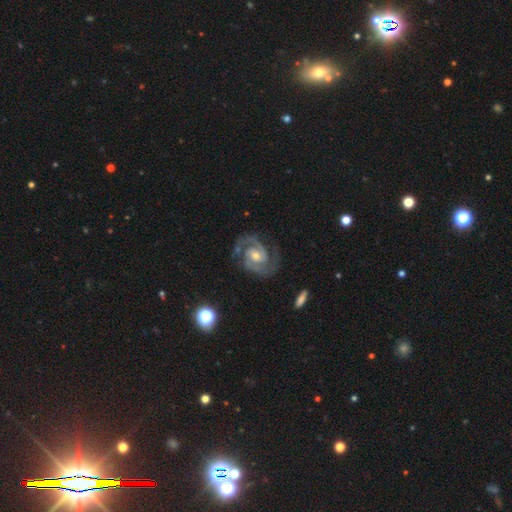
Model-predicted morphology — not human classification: smooth_or_featured: featured or disk (p=0.92) [alt: star or artifact p=0.05]
disk_edge_on: no (p=0.98) [alt: yes p=0.02]
bar: no (p=0.46) [alt: weak p=0.39]
has_spiral_arms: yes (p=0.99) [alt: no p=0.01]
spiral_winding: medium (p=0.50) [alt: tight p=0.43]
spiral_arm_count: 2 (p=0.93) [alt: 3 p=0.02]
bulge_size: moderate (p=0.54) [alt: small p=0.41]
merging: none (p=0.82) [alt: minor disturbance p=0.13]